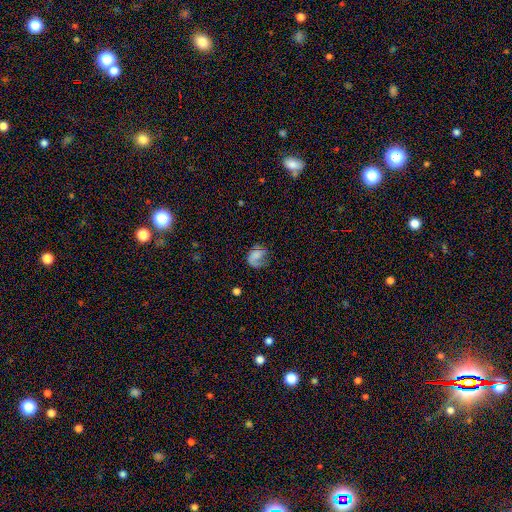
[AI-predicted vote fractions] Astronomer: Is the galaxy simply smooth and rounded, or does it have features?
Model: smooth — 50% (runner-up: featured or disk, 39%).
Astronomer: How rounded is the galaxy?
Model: in between — 58% (runner-up: round, 40%).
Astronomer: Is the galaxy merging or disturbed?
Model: major disturbance — 37% (runner-up: none, 36%).